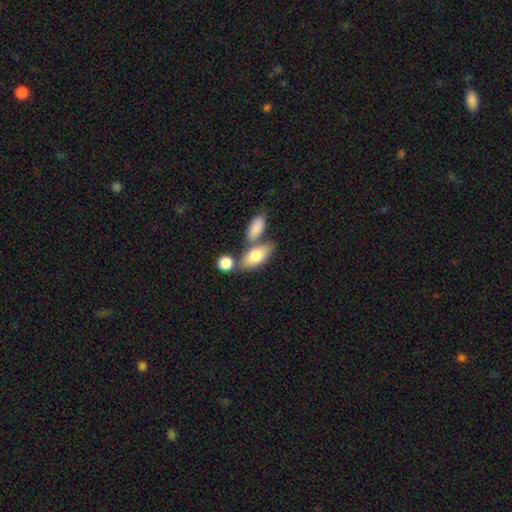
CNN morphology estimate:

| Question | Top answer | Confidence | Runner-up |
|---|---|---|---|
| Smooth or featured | smooth | 78% | featured or disk (16%) |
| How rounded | in between | 84% | cigar-shaped (11%) |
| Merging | none | 51% | merger (32%) |